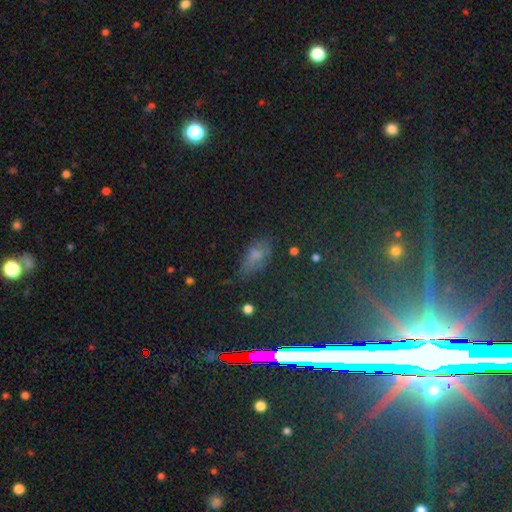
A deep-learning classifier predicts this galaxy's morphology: type=smooth (58%); roundness=in between (82%); merging=none (64%).